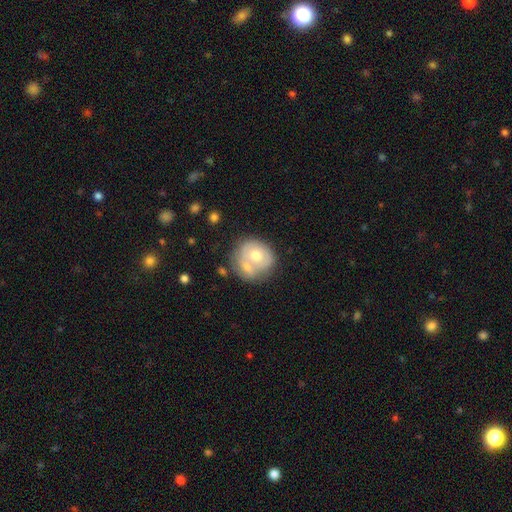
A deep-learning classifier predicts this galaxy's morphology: smooth_or_featured: smooth (p=0.56) [alt: featured or disk p=0.38]
how_rounded: round (p=0.80) [alt: in between p=0.20]
merging: merger (p=0.48) [alt: none p=0.31]